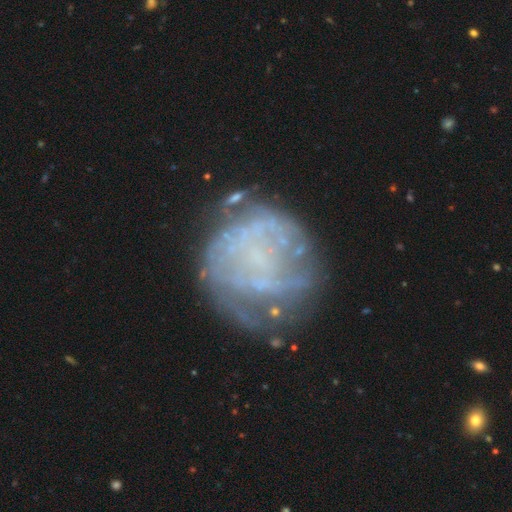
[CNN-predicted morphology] featured or disk 66%, smooth 22%, star or artifact 11%. Down the decision tree: edge-on disk — no (98%); bar — no (84%); spiral arms — no (59%); bulge size — none (76%); merging — none (56%).